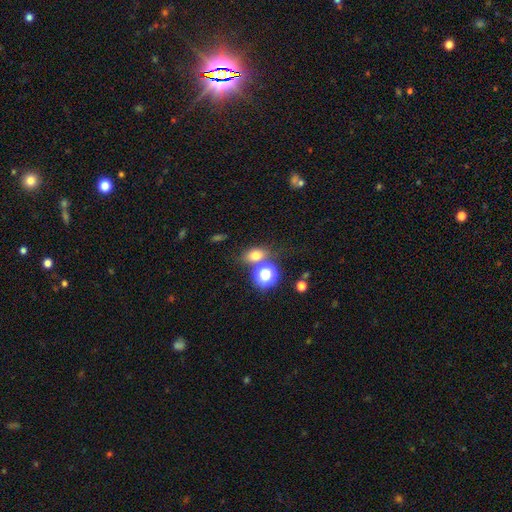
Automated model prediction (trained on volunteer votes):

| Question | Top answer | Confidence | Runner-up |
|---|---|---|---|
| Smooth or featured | smooth | 70% | star or artifact (20%) |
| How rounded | in between | 58% | round (40%) |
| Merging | none | 67% | merger (17%) |